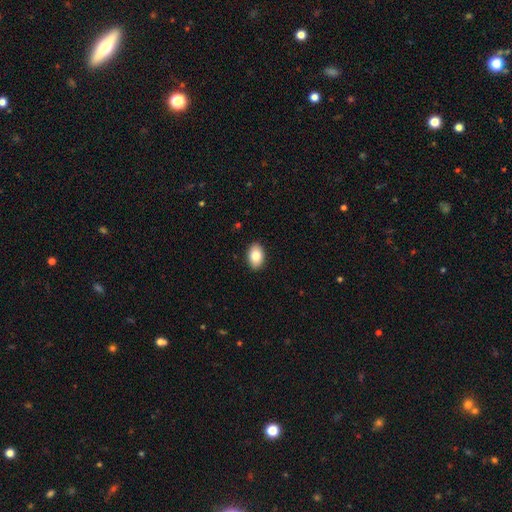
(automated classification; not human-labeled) smooth_or_featured: smooth (p=0.83) [alt: featured or disk p=0.09]
how_rounded: in between (p=0.88) [alt: round p=0.11]
merging: none (p=0.90) [alt: minor disturbance p=0.07]